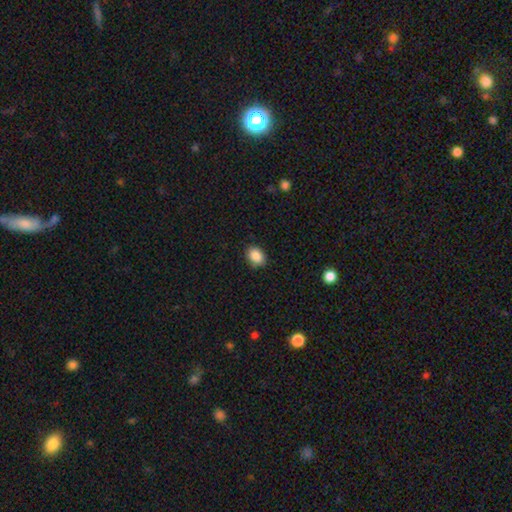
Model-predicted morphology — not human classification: smooth_or_featured: smooth (p=0.88) [alt: star or artifact p=0.08]
how_rounded: in between (p=0.71) [alt: round p=0.28]
merging: none (p=0.83) [alt: minor disturbance p=0.13]